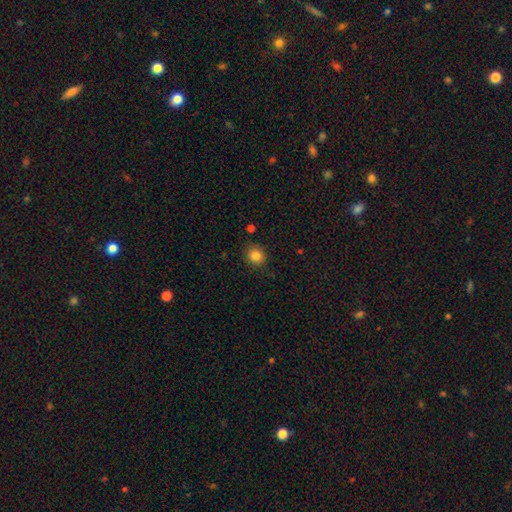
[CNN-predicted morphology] type=smooth (84%); roundness=round (87%); merging=none (87%).